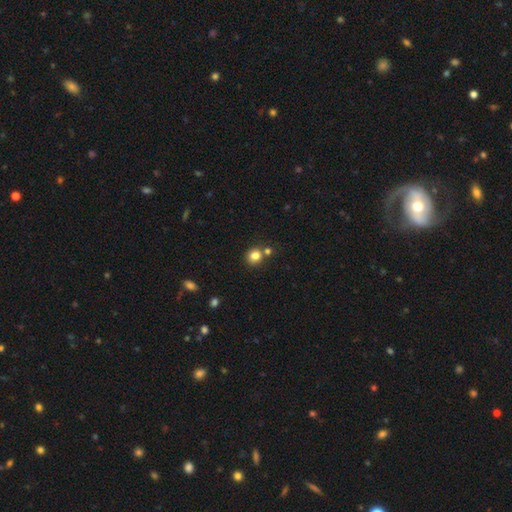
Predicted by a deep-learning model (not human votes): smooth 82%, star or artifact 12%, featured or disk 6%. Down the decision tree: how rounded — round (82%); merging — none (69%).